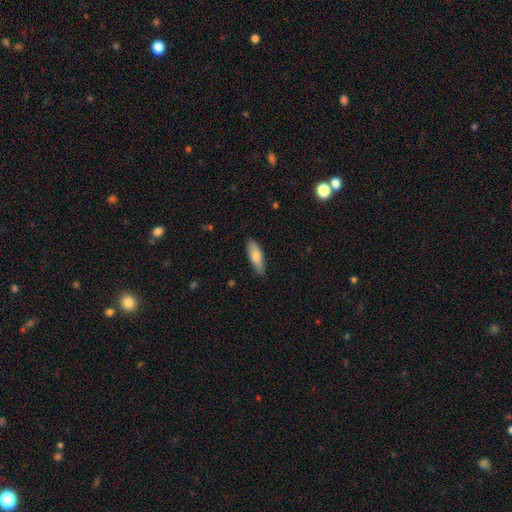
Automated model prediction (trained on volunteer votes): Smooth or featured: smooth — 76% (featured or disk — 18%)
How rounded: in between — 55% (cigar-shaped — 43%)
Merging: none — 84% (minor disturbance — 13%)